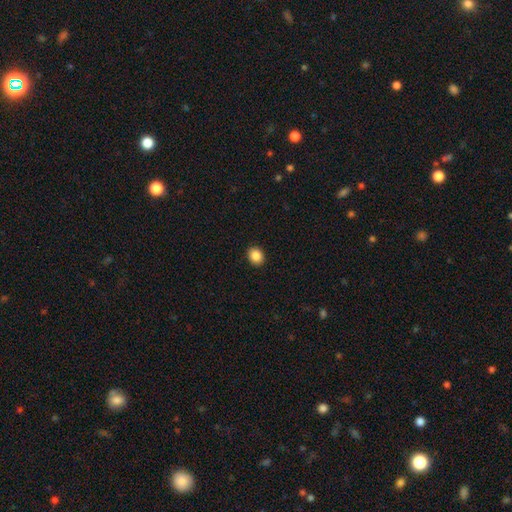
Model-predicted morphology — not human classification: smooth 87%, star or artifact 9%, featured or disk 4%. Down the decision tree: how rounded — round (65%); merging — none (92%).